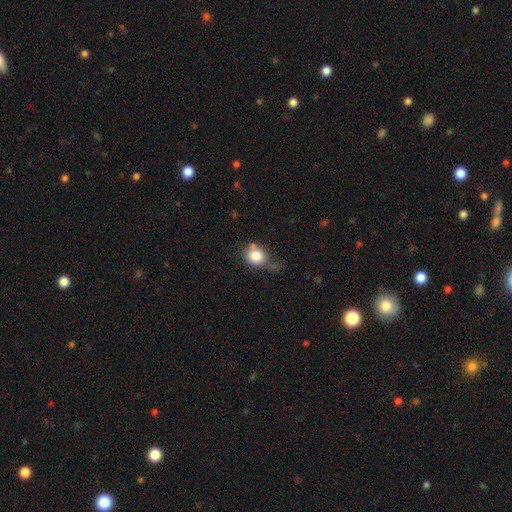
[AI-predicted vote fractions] smooth 80%, featured or disk 10%, star or artifact 10%. Down the decision tree: how rounded — round (76%); merging — none (45%).